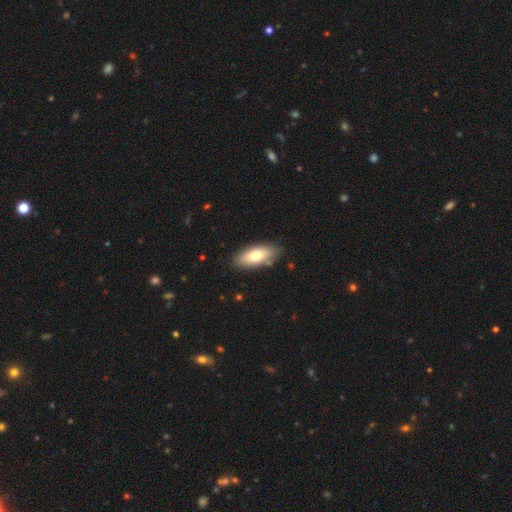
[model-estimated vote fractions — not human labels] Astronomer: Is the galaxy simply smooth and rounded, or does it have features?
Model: smooth — 72%.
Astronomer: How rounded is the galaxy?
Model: in between — 85%.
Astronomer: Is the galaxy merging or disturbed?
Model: none — 85%.